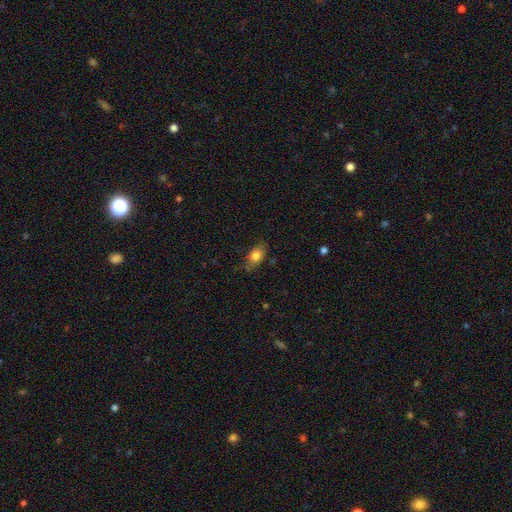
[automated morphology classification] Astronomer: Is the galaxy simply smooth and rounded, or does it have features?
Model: smooth — 78%.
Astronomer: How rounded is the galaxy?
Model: in between — 80%.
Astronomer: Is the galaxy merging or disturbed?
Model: none — 70%.